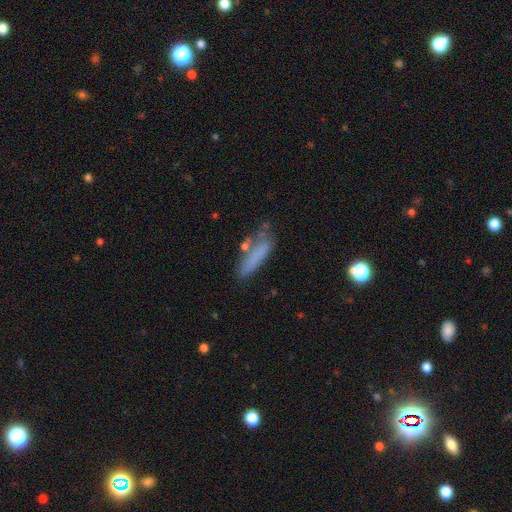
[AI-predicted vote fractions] Q: Smooth or featured?
A: smooth (70%); runner-up: featured or disk (20%)
Q: How rounded?
A: cigar-shaped (72%); runner-up: in between (25%)
Q: Merging?
A: none (53%); runner-up: minor disturbance (26%)